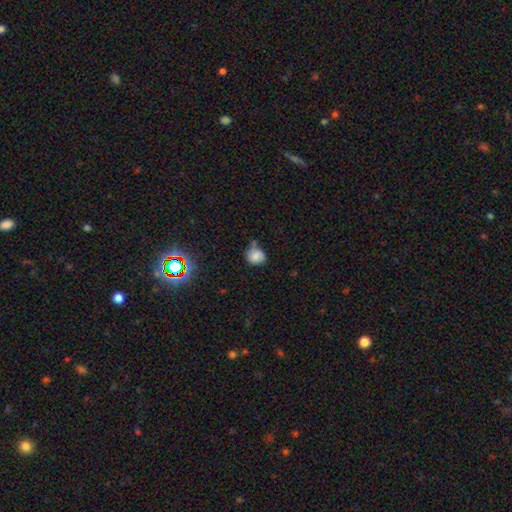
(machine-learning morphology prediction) smooth_or_featured: smooth (p=0.73) [alt: featured or disk p=0.15]
how_rounded: round (p=0.77) [alt: in between p=0.22]
merging: none (p=0.52) [alt: minor disturbance p=0.29]